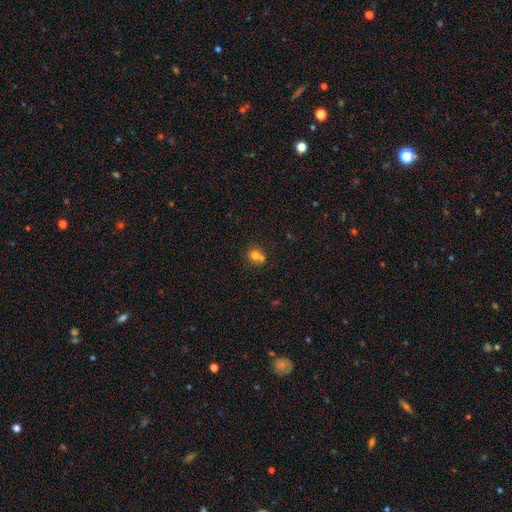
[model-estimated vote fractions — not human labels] Smooth or featured?
  - smooth: 73% *
  - featured or disk: 14%
  - star or artifact: 13%
How rounded?
  - round: 73% *
  - in between: 26%
  - cigar-shaped: 1%
Merging?
  - merger: 47% *
  - none: 40%
  - minor disturbance: 10%
  - major disturbance: 4%